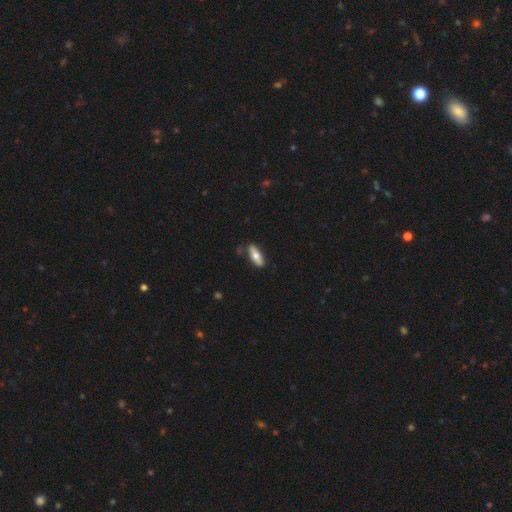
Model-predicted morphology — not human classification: smooth 66%, featured or disk 28%, star or artifact 6%. Down the decision tree: how rounded — in between (64%); merging — none (78%).